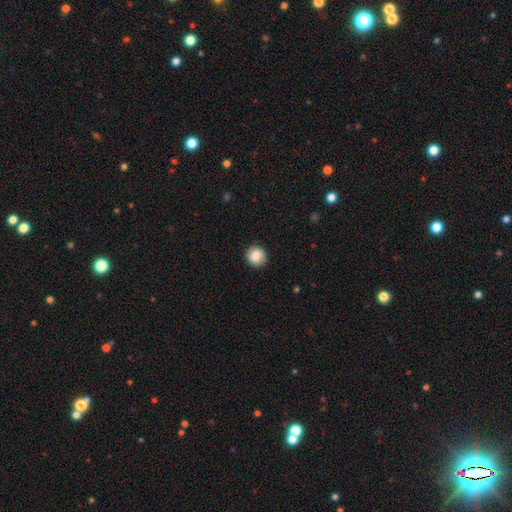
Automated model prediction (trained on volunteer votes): A smooth galaxy with no disk features (85%) that is round (91%).

Vote fractions:
- Smooth or featured? smooth: 85% / star or artifact: 8% / featured or disk: 6%
- How rounded? round: 91% / in between: 8% / cigar-shaped: 1%
- Merging? none: 89% / minor disturbance: 8% / major disturbance: 2% / merger: 1%